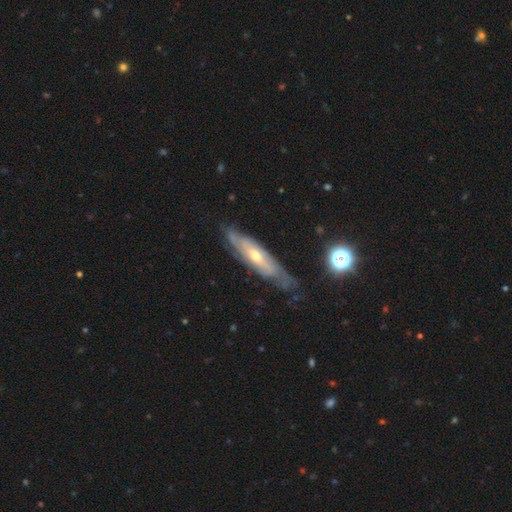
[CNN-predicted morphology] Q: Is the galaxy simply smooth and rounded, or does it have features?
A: featured or disk — 76%.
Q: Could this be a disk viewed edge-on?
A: no — 65%.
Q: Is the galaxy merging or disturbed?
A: none — 69%.